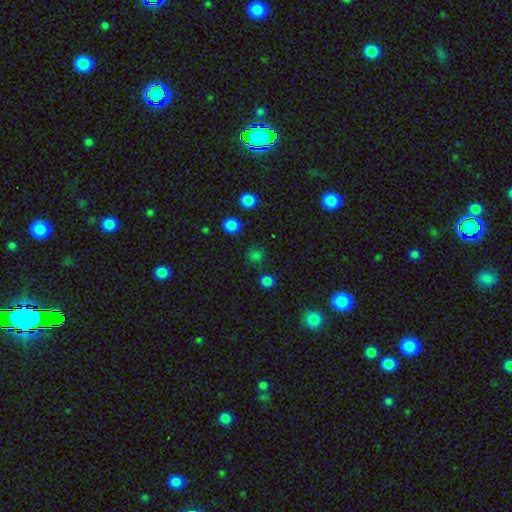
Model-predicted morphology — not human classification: A smooth galaxy with no disk features (73%) that is round (83%). Merging: none (78%).